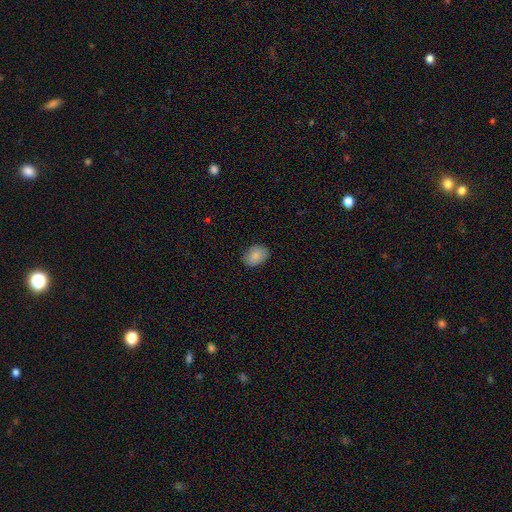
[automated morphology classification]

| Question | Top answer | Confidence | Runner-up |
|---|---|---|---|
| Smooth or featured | smooth | 87% | star or artifact (7%) |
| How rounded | in between | 79% | round (20%) |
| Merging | none | 85% | minor disturbance (12%) |